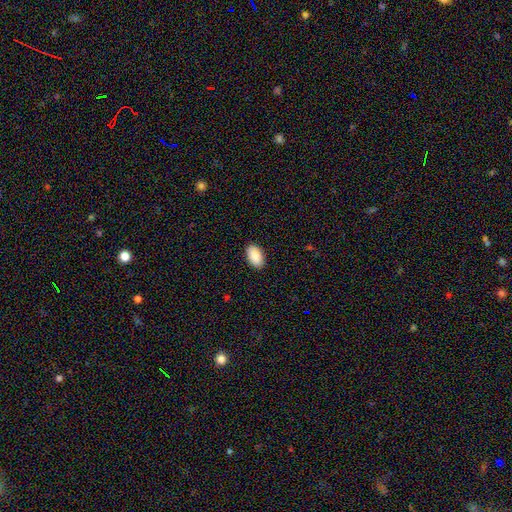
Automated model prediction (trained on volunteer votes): Smooth or featured?
  - smooth: 86% *
  - featured or disk: 7%
  - star or artifact: 7%
How rounded?
  - in between: 94% *
  - round: 5%
  - cigar-shaped: 1%
Merging?
  - none: 90% *
  - minor disturbance: 7%
  - major disturbance: 2%
  - merger: 1%